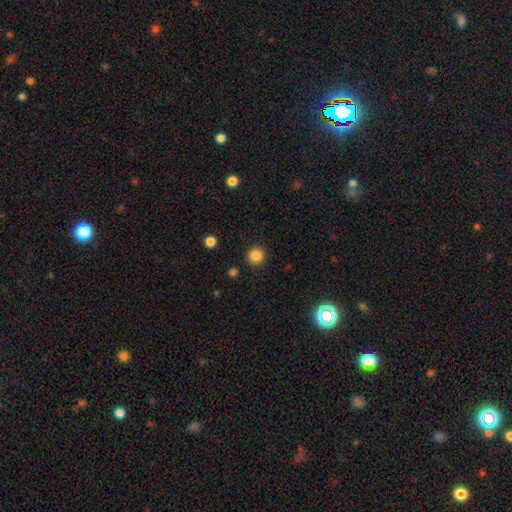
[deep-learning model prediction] Smooth or featured? smooth (84%)
How rounded? round (94%)
Merging? none (92%)